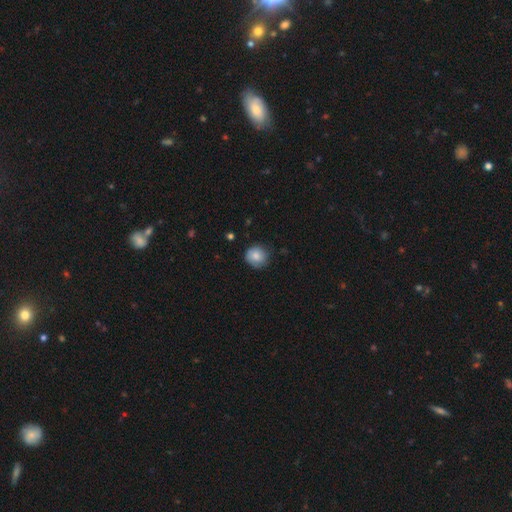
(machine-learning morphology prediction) Smooth or featured? Predicted: smooth (p=0.78). How rounded? Predicted: round (p=0.87). Merging? Predicted: none (p=0.74).